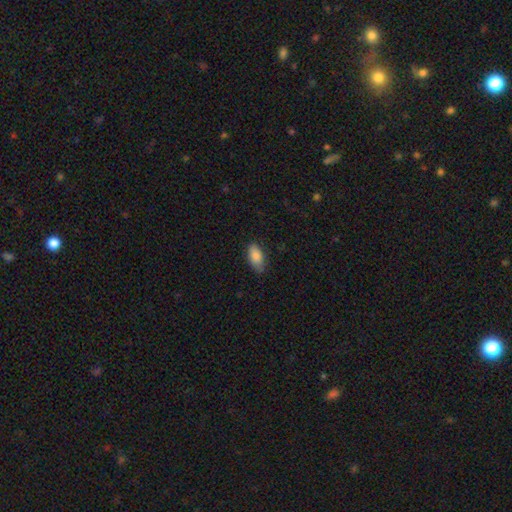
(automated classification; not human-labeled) Smooth or featured? Predicted: smooth (p=0.86). How rounded? Predicted: in between (p=0.90). Merging? Predicted: none (p=0.78).